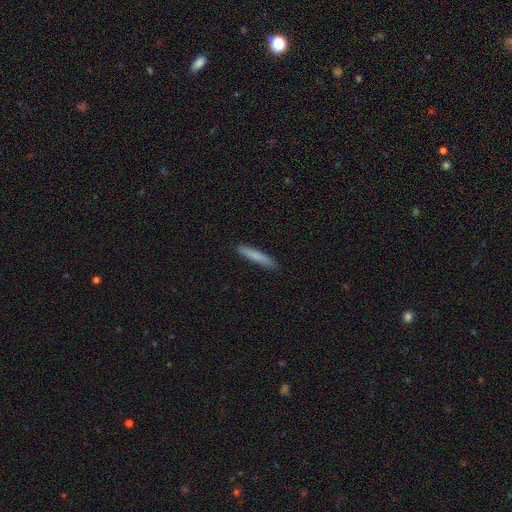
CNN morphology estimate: This appears to be a smooth galaxy with no disk features (80%) that is cigar-shaped (94%). Merging: none (89%).